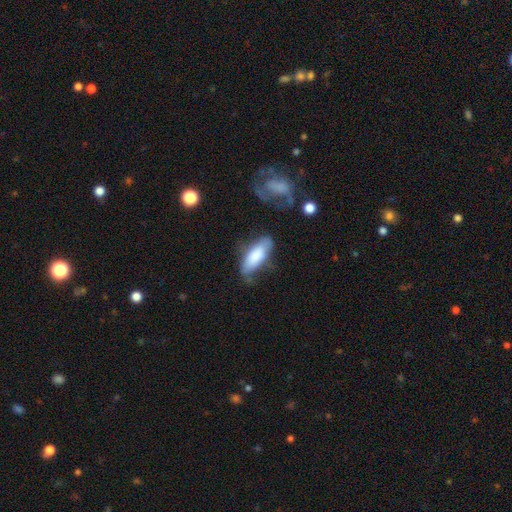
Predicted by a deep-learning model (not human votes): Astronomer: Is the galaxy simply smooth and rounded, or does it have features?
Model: smooth — 77%.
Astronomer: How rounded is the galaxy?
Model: in between — 70%.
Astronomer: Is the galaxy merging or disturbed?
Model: none — 53% (runner-up: minor disturbance, 30%).